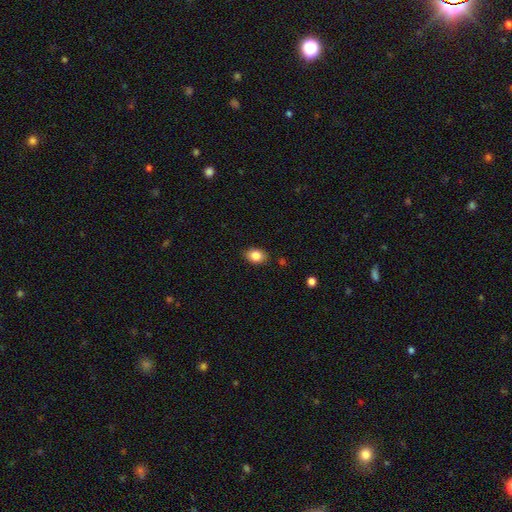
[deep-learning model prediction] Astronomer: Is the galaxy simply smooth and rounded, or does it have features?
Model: smooth — 84%.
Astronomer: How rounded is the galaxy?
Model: in between — 74%.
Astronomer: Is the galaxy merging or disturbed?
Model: none — 84%.